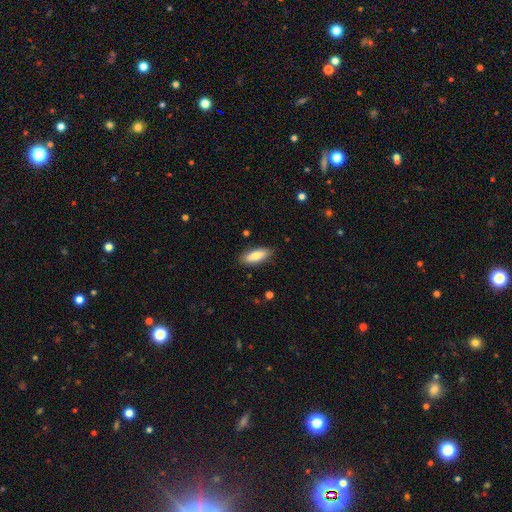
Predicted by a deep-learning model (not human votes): This appears to be a smooth galaxy with no disk features (79%) that is in between round and cigar-shaped (69%). Merging: none (86%).